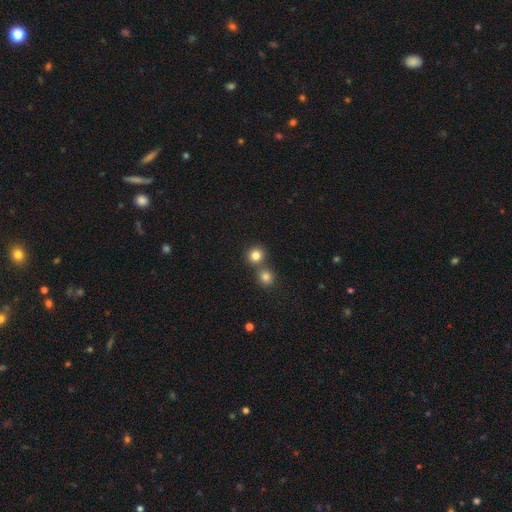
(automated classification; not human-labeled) Smooth or featured? Predicted: smooth (p=0.82). How rounded? Predicted: round (p=0.90). Merging? Predicted: none (p=0.64).